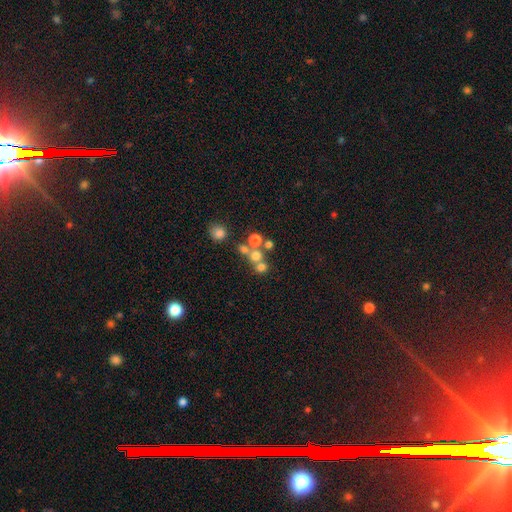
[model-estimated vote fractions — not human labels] Morphology: type=smooth (61%); roundness=round (86%); merging=none (46%).